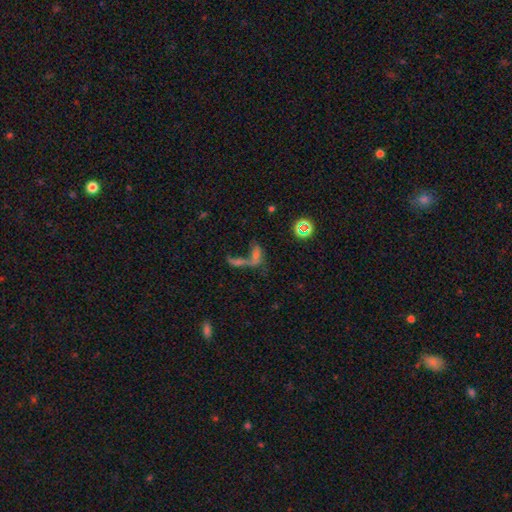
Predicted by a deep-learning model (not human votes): A smooth galaxy with no disk features (45%).

Vote fractions:
- Smooth or featured? smooth: 45% / featured or disk: 29% / star or artifact: 26%
- Merging? merger: 61% / none: 20% / major disturbance: 12% / minor disturbance: 7%